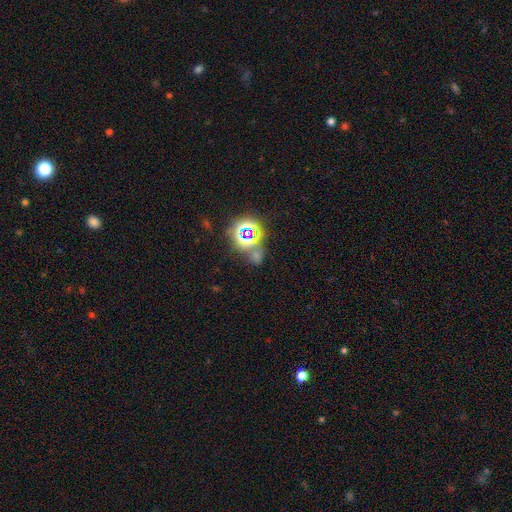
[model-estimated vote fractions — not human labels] The model was most divided on "smooth or featured": star or artifact: 69%, smooth: 21%, featured or disk: 9%.